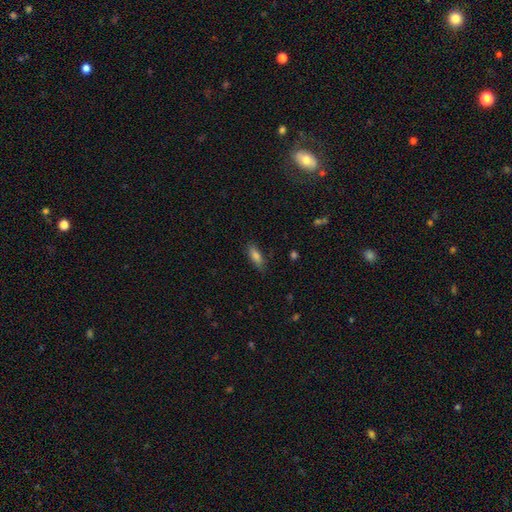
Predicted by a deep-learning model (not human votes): This appears to be a smooth galaxy with no disk features (80%) that is in between round and cigar-shaped (60%). Merging: none (80%).